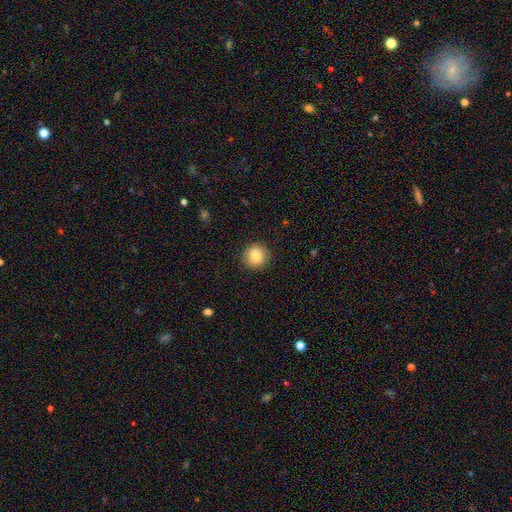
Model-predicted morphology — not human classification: smooth-or-featured: smooth: 86% | star or artifact: 8% | featured or disk: 6%
  how-rounded: round: 91% | in between: 8% | cigar-shaped: 1%
  merging: none: 89% | minor disturbance: 8% | major disturbance: 2% | merger: 1%